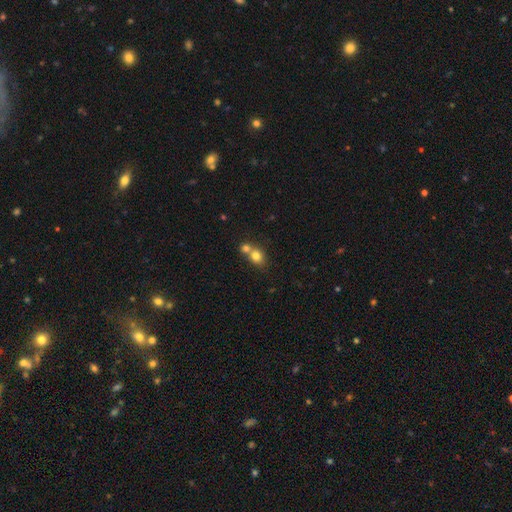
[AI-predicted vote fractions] A smooth galaxy with no disk features (78%) that is round (63%). Merging: merger (53%).